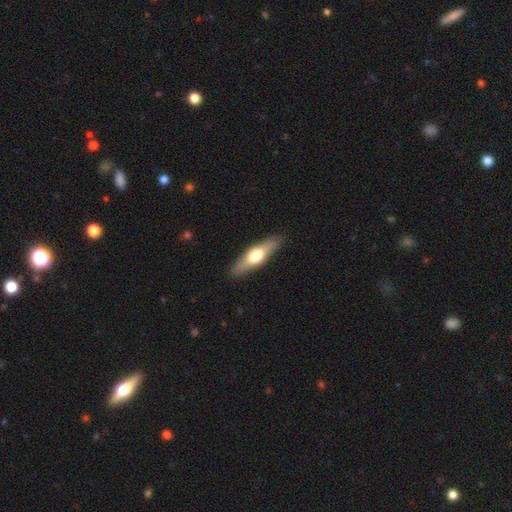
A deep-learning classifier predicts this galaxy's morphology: Smooth or featured?
  - featured or disk: 49% *
  - smooth: 45%
  - star or artifact: 5%
Merging?
  - none: 88% *
  - minor disturbance: 9%
  - major disturbance: 2%
  - merger: 1%